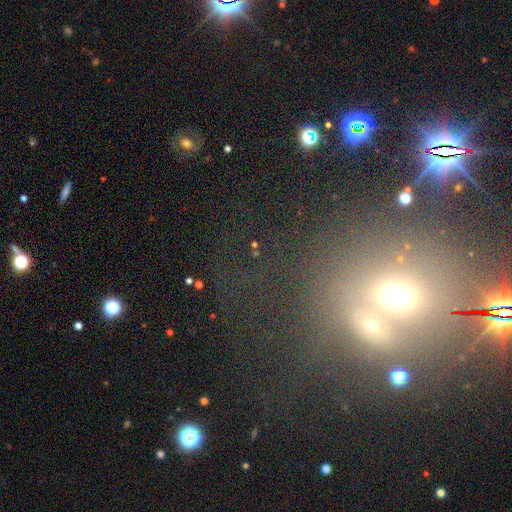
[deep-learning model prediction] This is possibly a star or artifact rather than a galaxy (47%).